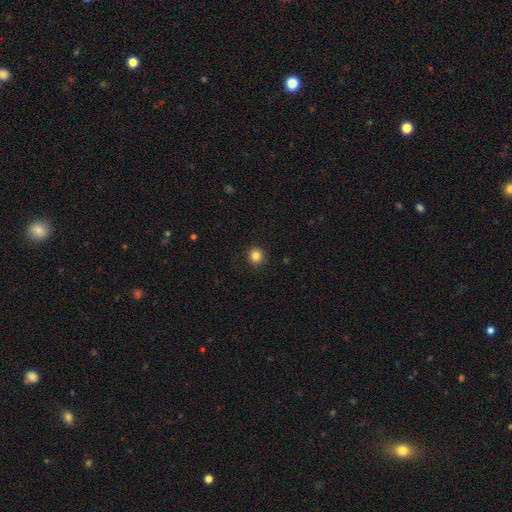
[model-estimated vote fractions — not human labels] A smooth galaxy with no disk features (84%) that is round (90%). Merging: none (91%).